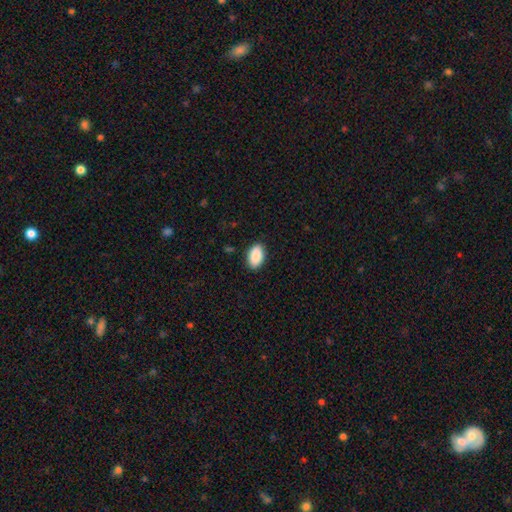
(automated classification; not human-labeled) Smooth or featured: smooth — 90% (star or artifact — 6%)
How rounded: in between — 93% (round — 5%)
Merging: none — 88% (minor disturbance — 9%)